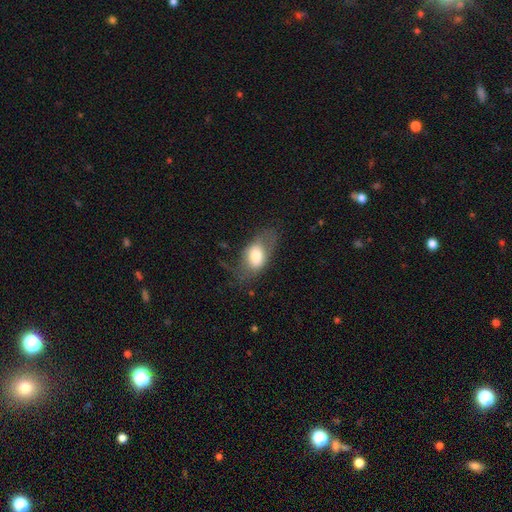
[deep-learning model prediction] Smooth or featured?
  - smooth: 64% *
  - featured or disk: 29%
  - star or artifact: 7%
How rounded?
  - in between: 85% *
  - round: 12%
  - cigar-shaped: 3%
Merging?
  - none: 52% *
  - minor disturbance: 25%
  - major disturbance: 22%
  - merger: 2%